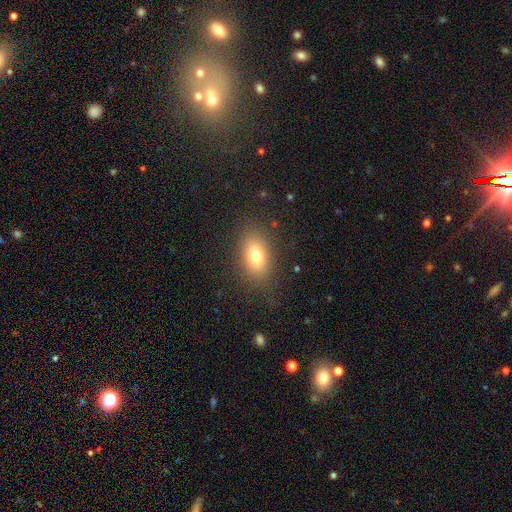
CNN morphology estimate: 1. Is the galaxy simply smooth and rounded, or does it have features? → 75% smooth, 13% featured or disk, 11% star or artifact.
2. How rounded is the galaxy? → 83% in between, 14% round, 3% cigar-shaped.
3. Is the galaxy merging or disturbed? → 83% none, 11% minor disturbance, 5% major disturbance, 1% merger.